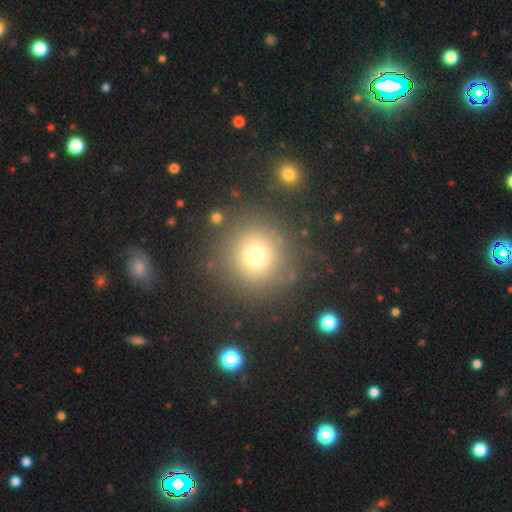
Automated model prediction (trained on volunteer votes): smooth-or-featured: smooth: 71% | star or artifact: 17% | featured or disk: 12%
  how-rounded: round: 93% | in between: 6% | cigar-shaped: 1%
  merging: none: 84% | minor disturbance: 8% | major disturbance: 5% | merger: 3%